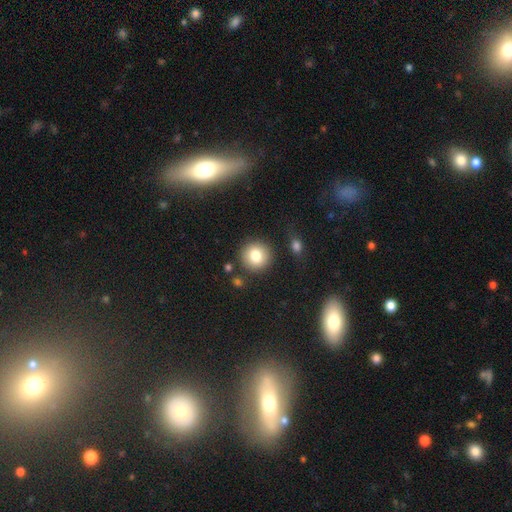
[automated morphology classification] smooth_or_featured: smooth (p=0.81) [alt: star or artifact p=0.10]
how_rounded: round (p=0.91) [alt: in between p=0.08]
merging: none (p=0.86) [alt: minor disturbance p=0.08]